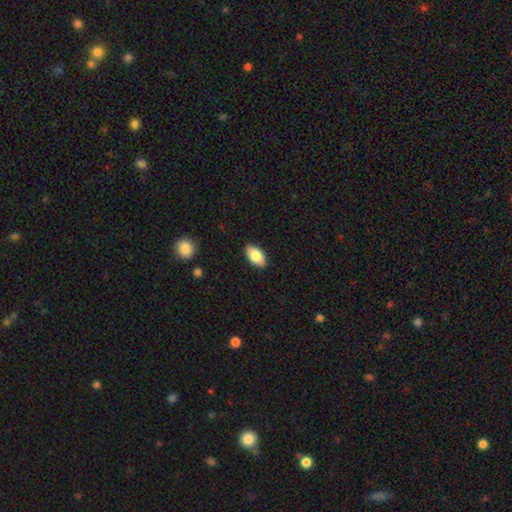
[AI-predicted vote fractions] Morphology: type=smooth (82%); roundness=in between (94%); merging=none (88%).